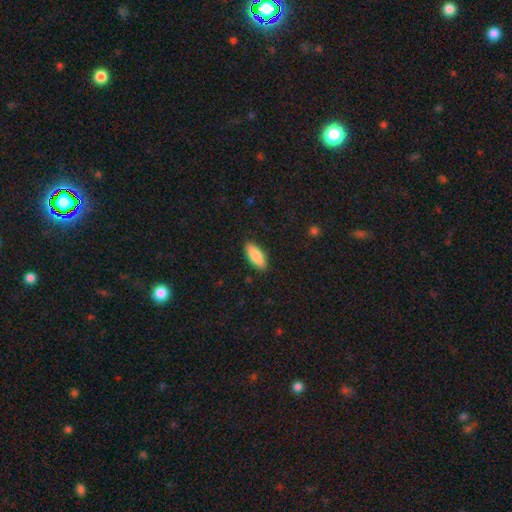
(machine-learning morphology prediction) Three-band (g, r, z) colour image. It shows a smooth galaxy with no disk features (85%) that is in between round and cigar-shaped (79%). Merging: none (88%).